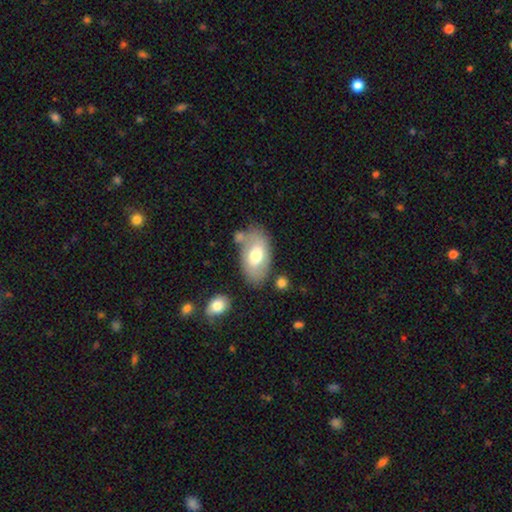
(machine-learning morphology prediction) A smooth galaxy with no disk features (65%) that is in between round and cigar-shaped (93%).

Vote fractions:
- Smooth or featured? smooth: 65% / featured or disk: 29% / star or artifact: 6%
- How rounded? in between: 93% / round: 6% / cigar-shaped: 2%
- Merging? none: 64% / minor disturbance: 19% / merger: 10% / major disturbance: 6%